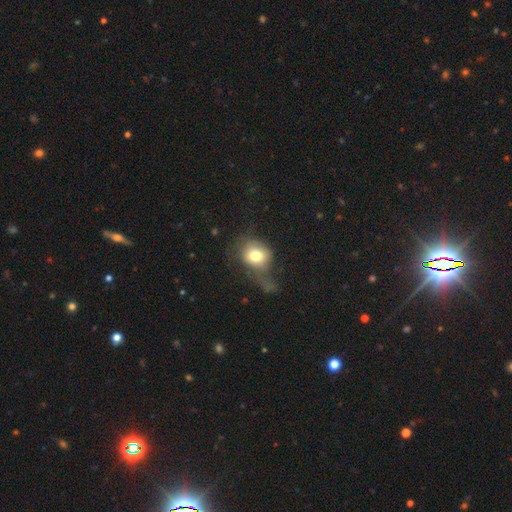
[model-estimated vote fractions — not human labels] A smooth galaxy with no disk features (75%) that is round (66%). Merging: major disturbance (36%).